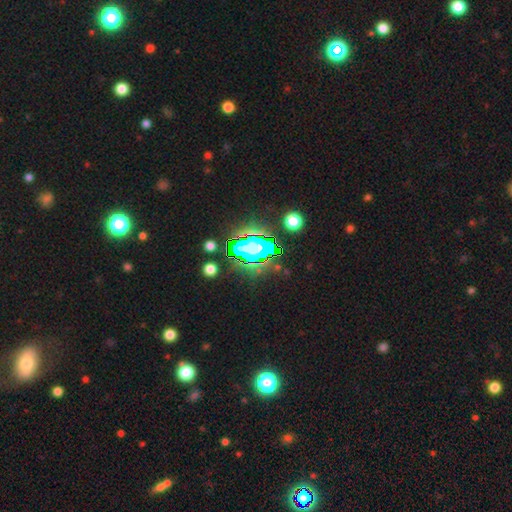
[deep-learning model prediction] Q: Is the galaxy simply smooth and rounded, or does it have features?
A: star or artifact — 71%.